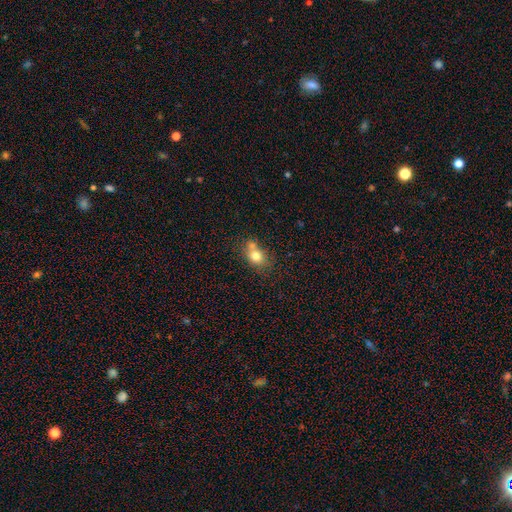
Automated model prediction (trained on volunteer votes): A smooth galaxy with no disk features (76%) that is in between round and cigar-shaped (52%).

Vote fractions:
- Smooth or featured? smooth: 76% / featured or disk: 14% / star or artifact: 10%
- How rounded? in between: 52% / round: 47% / cigar-shaped: 1%
- Merging? none: 43% / merger: 38% / minor disturbance: 14% / major disturbance: 5%